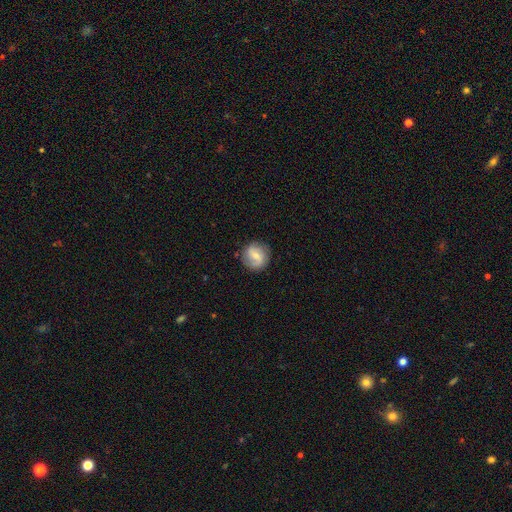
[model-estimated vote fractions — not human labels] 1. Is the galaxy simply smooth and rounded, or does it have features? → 55% featured or disk, 38% smooth, 7% star or artifact.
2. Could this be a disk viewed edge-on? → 97% no, 3% yes.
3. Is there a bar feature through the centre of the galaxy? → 51% weak, 25% no, 24% strong.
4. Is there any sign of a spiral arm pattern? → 81% yes, 19% no.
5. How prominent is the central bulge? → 51% small, 43% moderate, 3% none, 2% large, 1% dominant.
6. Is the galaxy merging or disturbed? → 84% none, 12% minor disturbance, 3% major disturbance, 1% merger.